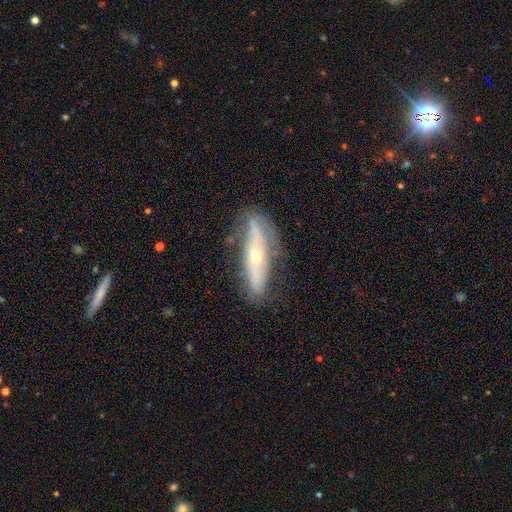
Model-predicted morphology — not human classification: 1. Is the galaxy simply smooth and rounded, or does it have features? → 68% featured or disk, 25% smooth, 7% star or artifact.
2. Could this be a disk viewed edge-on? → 57% no, 43% yes.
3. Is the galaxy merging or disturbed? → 68% none, 21% minor disturbance, 9% major disturbance, 2% merger.